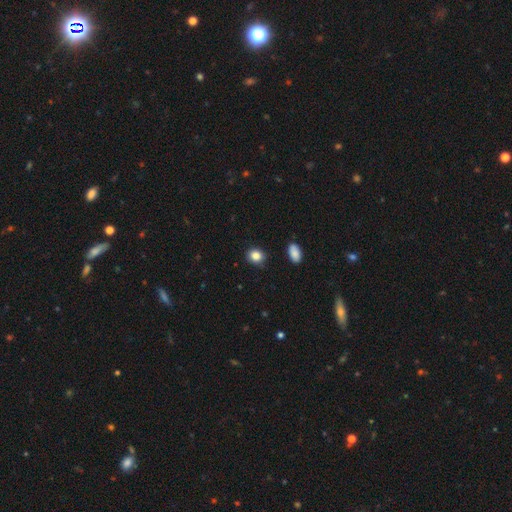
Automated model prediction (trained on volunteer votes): Smooth or featured? Predicted: smooth (p=0.86). How rounded? Predicted: round (p=0.64). Merging? Predicted: none (p=0.88).